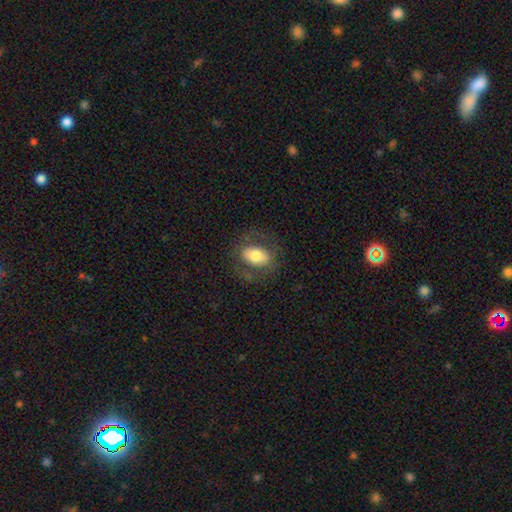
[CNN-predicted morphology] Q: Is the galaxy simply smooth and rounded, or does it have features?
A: smooth — 65%.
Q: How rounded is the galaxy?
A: in between — 84%.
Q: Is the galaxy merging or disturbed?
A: none — 72%.